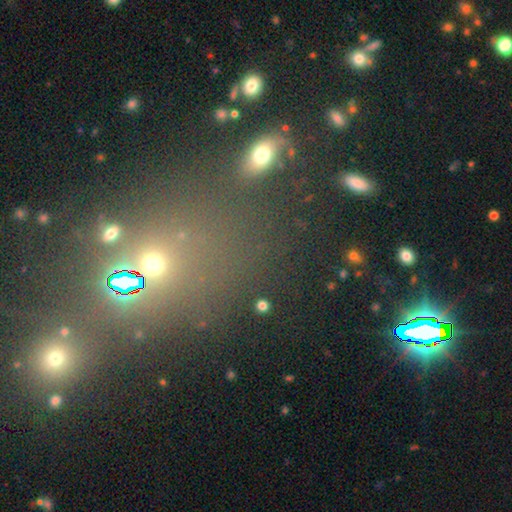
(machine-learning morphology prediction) Smooth or featured? star or artifact (49%)